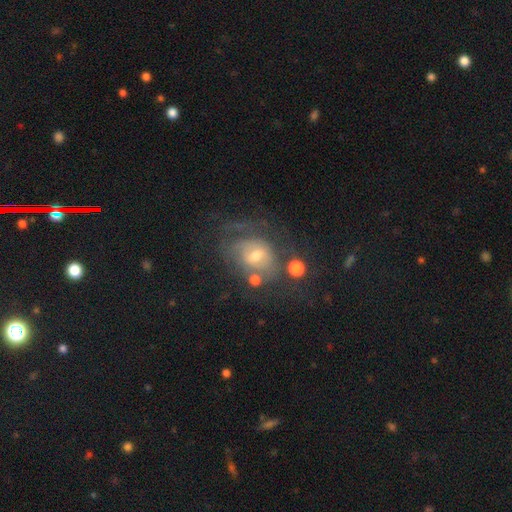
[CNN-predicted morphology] featured or disk 63%, smooth 25%, star or artifact 12%. Down the decision tree: edge-on disk — no (95%); bar — no (52%); spiral arms — yes (63%); bulge size — moderate (53%); merging — none (47%).